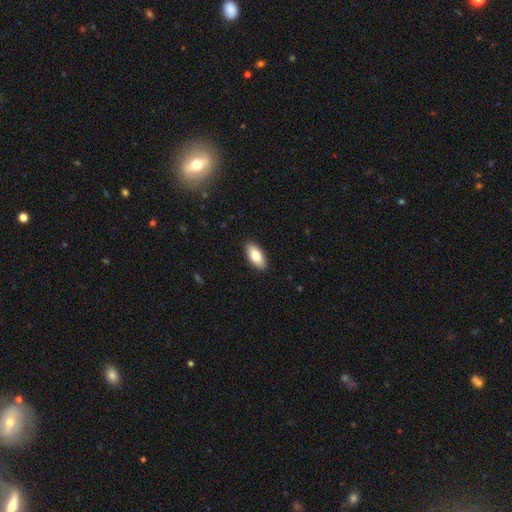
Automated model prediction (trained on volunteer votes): Smooth or featured? Predicted: smooth (p=0.81). How rounded? Predicted: in between (p=0.88). Merging? Predicted: none (p=0.90).